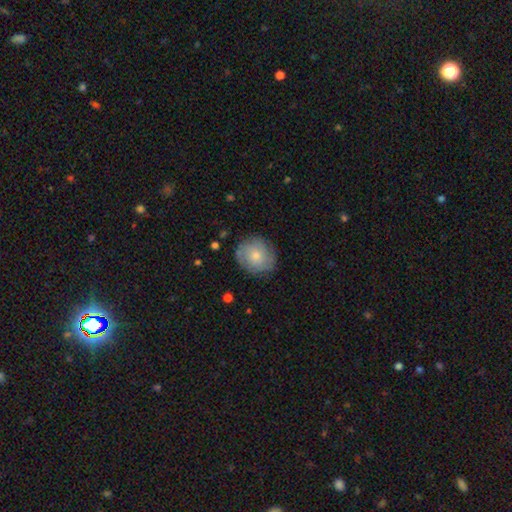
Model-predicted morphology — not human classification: smooth-or-featured: smooth: 53% | featured or disk: 40% | star or artifact: 7%
  how-rounded: round: 81% | in between: 17% | cigar-shaped: 1%
  merging: none: 80% | minor disturbance: 14% | major disturbance: 4% | merger: 1%